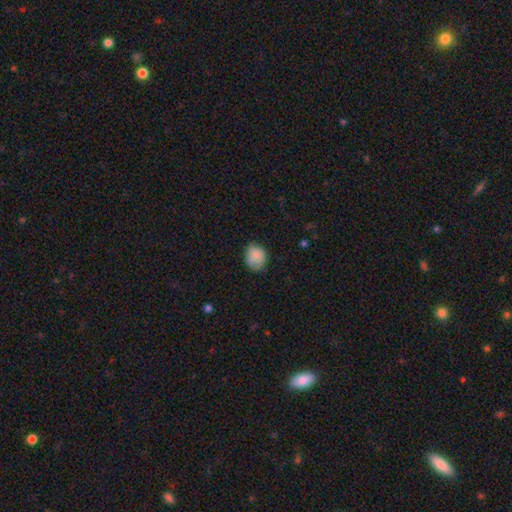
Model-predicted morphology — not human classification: smooth_or_featured: smooth (p=0.82) [alt: featured or disk p=0.10]
how_rounded: round (p=0.58) [alt: in between p=0.41]
merging: none (p=0.67) [alt: minor disturbance p=0.26]